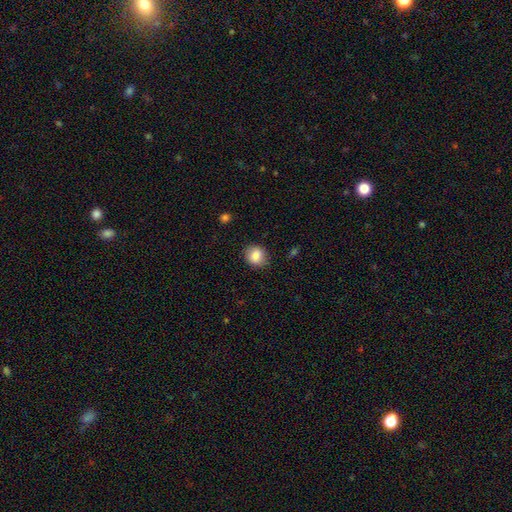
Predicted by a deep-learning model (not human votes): The model was most divided on "how rounded": round: 73%, in between: 26%, cigar-shaped: 1%. More confident: smooth or featured — smooth (86%); merging — none (85%).